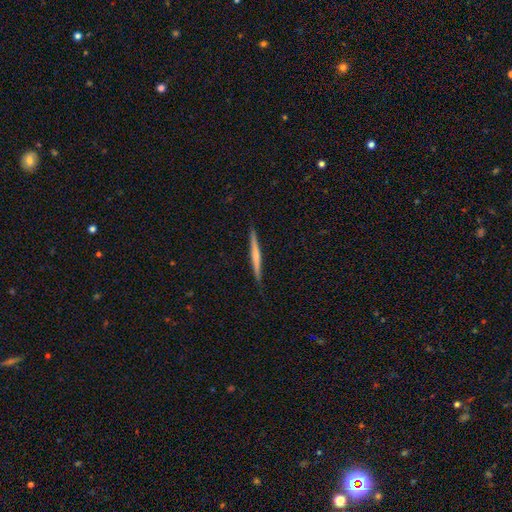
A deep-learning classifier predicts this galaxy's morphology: A featured or disk galaxy (55%) viewed edge-on (98%) with no central bulge (51%).

Vote fractions:
- Smooth or featured? featured or disk: 55% / smooth: 39% / star or artifact: 6%
- Edge-on disk? yes: 98% / no: 2%
- Edge-on bulge? none: 51% / rounded: 39% / boxy: 10%
- Merging? none: 90% / minor disturbance: 7% / major disturbance: 1% / merger: 1%